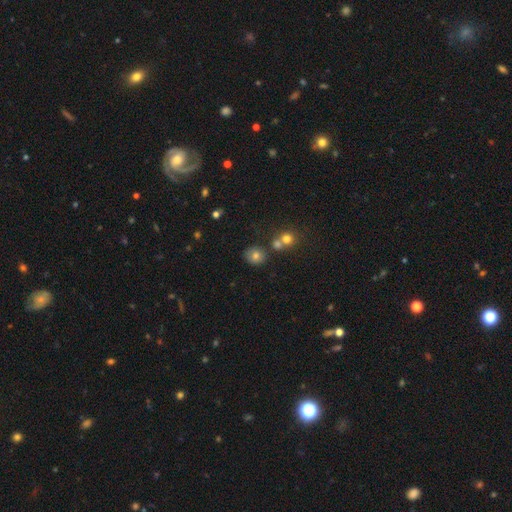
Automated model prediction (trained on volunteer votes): Morphology: type=smooth (74%); roundness=round (74%); merging=none (70%).